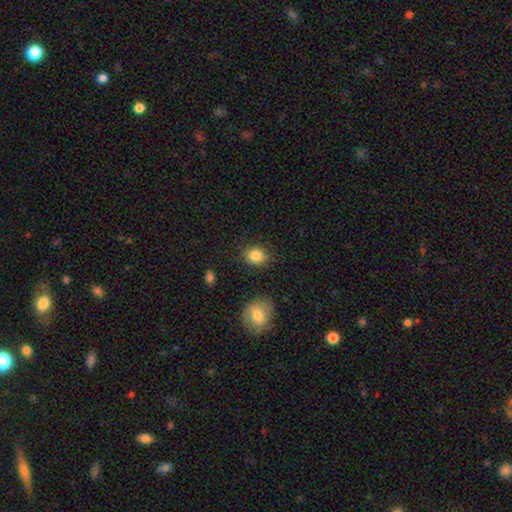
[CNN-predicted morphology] Overall: smooth (85%). How rounded: round (51%; in between 48%). Merging: none (84%).